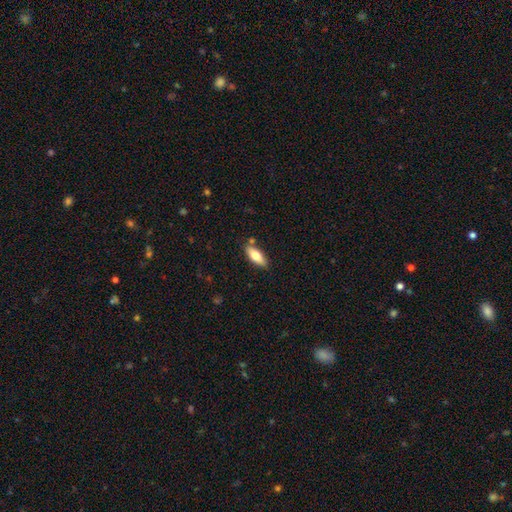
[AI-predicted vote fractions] Smooth or featured? smooth (72%)
How rounded? in between (75%)
Merging? none (82%)